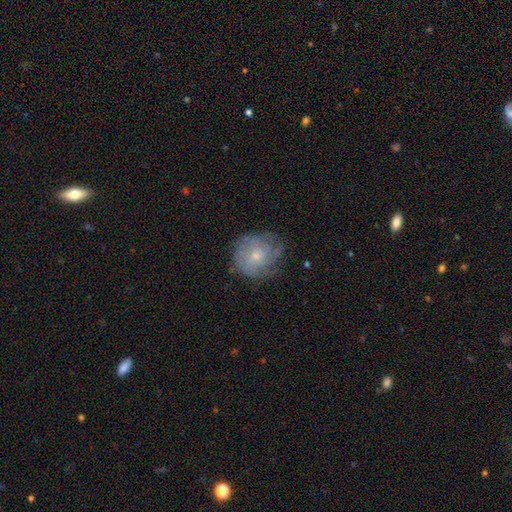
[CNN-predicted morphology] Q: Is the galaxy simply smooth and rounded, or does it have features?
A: featured or disk — 57%.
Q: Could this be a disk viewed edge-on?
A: no — 97%.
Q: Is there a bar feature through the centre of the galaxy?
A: no — 79%.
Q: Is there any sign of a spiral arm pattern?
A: yes — 80%.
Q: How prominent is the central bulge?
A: small — 66%.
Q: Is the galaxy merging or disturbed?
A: none — 70%.